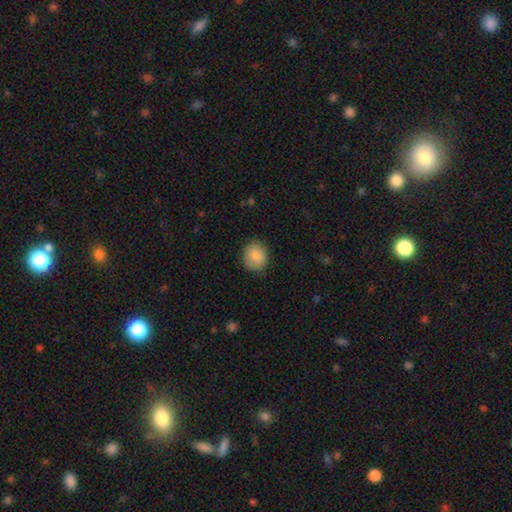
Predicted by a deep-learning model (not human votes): The model was most divided on "how rounded": round: 69%, in between: 30%, cigar-shaped: 1%. More confident: smooth or featured — smooth (85%); merging — none (83%).